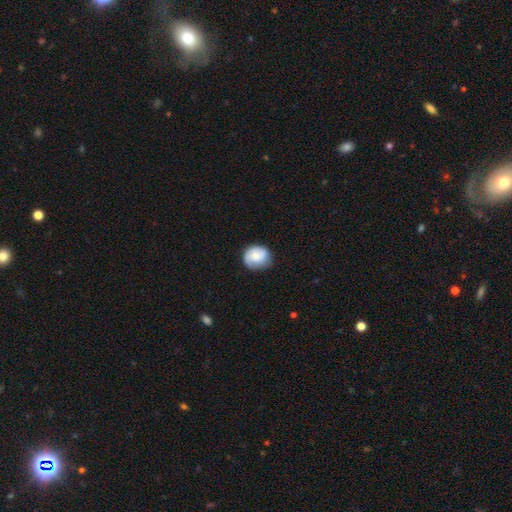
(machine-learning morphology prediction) A smooth galaxy with no disk features (58%) that is round (76%).

Vote fractions:
- Smooth or featured? smooth: 58% / featured or disk: 35% / star or artifact: 7%
- How rounded? round: 76% / in between: 23% / cigar-shaped: 1%
- Merging? none: 74% / minor disturbance: 20% / major disturbance: 5% / merger: 1%